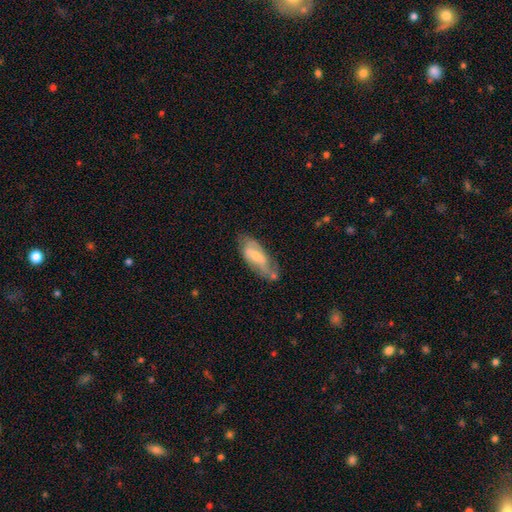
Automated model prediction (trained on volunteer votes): smooth_or_featured: featured or disk (p=0.50) [alt: smooth p=0.44]
merging: none (p=0.49) [alt: minor disturbance p=0.31]